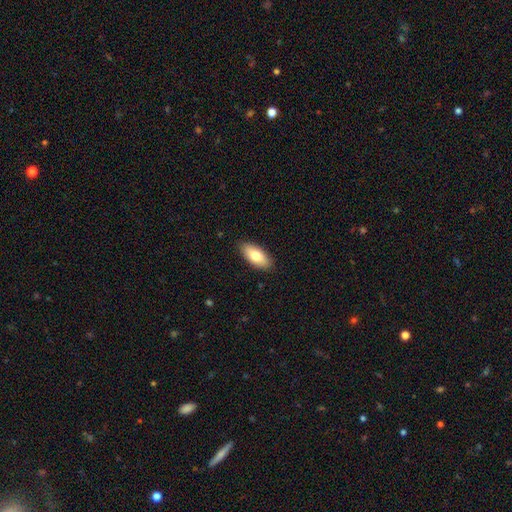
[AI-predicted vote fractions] The model was most divided on "smooth or featured": smooth: 77%, featured or disk: 17%, star or artifact: 6%. More confident: how rounded — in between (89%); merging — none (89%).